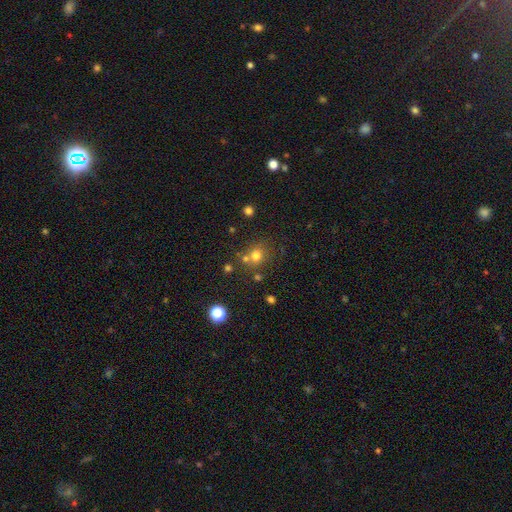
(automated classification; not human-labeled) smooth-or-featured: smooth: 71% | star or artifact: 19% | featured or disk: 10%
  how-rounded: round: 81% | in between: 18% | cigar-shaped: 1%
  merging: none: 63% | merger: 22% | minor disturbance: 11% | major disturbance: 4%